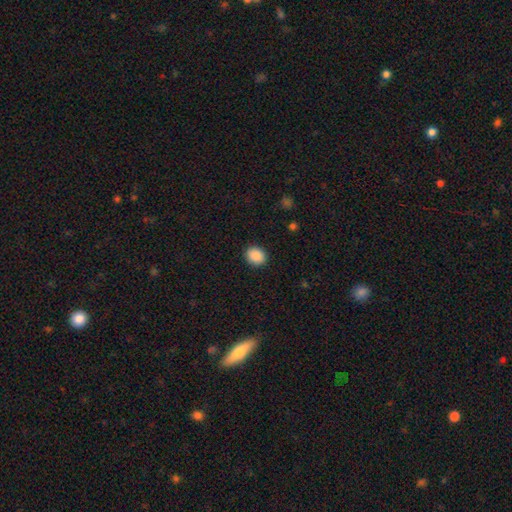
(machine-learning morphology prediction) Q: Smooth or featured?
A: smooth (89%); runner-up: star or artifact (8%)
Q: How rounded?
A: round (61%); runner-up: in between (38%)
Q: Merging?
A: none (90%); runner-up: minor disturbance (7%)